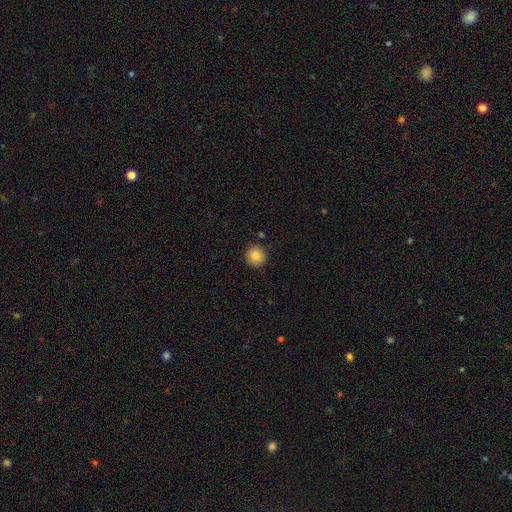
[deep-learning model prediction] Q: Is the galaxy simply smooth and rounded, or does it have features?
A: smooth — 86%.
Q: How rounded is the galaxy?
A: round — 92%.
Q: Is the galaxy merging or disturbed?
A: none — 85%.